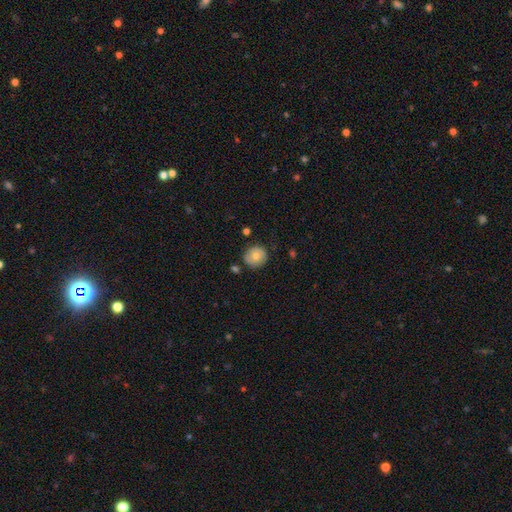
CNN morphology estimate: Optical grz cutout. It shows a smooth galaxy with no disk features (74%) that is round (89%). Merging: none (81%).